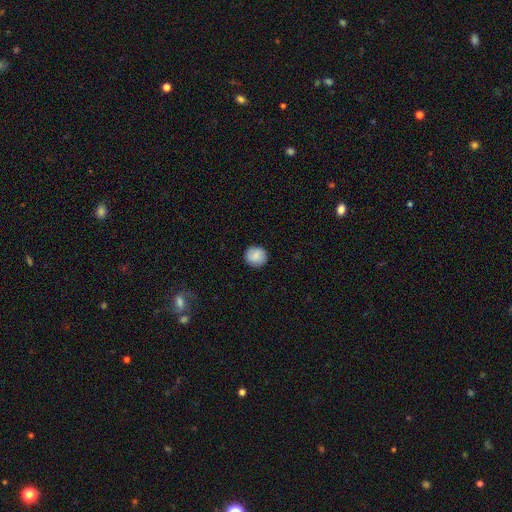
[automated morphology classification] smooth 84%, featured or disk 9%, star or artifact 7%. Down the decision tree: how rounded — round (92%); merging — none (89%).